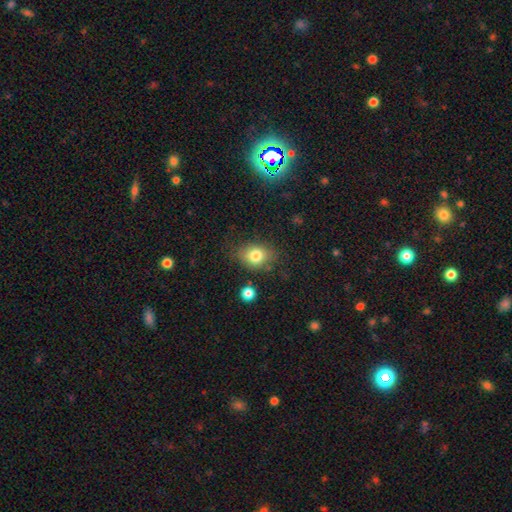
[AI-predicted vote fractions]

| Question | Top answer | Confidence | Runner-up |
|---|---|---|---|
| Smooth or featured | smooth | 80% | star or artifact (10%) |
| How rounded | in between | 54% | round (45%) |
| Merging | none | 74% | minor disturbance (17%) |